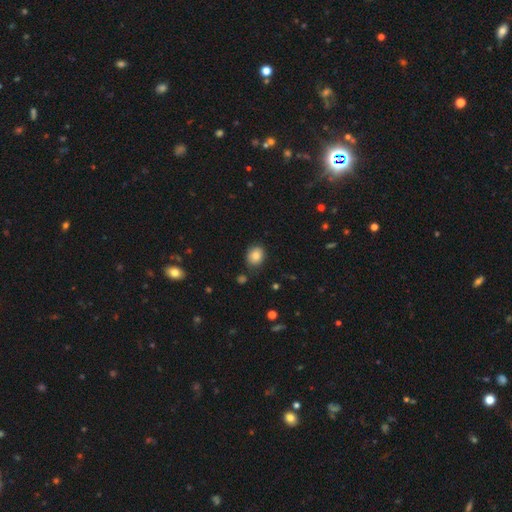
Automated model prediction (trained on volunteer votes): Overall: smooth (85%). How rounded: round (52%; in between 47%). Merging: none (79%).